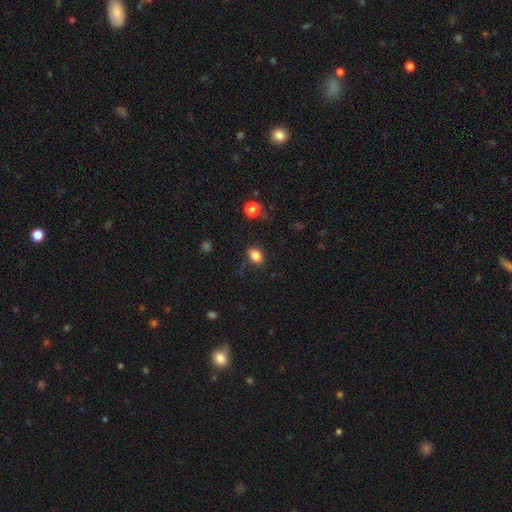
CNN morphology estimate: Q: Smooth or featured?
A: smooth (83%); runner-up: star or artifact (11%)
Q: How rounded?
A: in between (68%); runner-up: round (31%)
Q: Merging?
A: none (81%); runner-up: minor disturbance (14%)